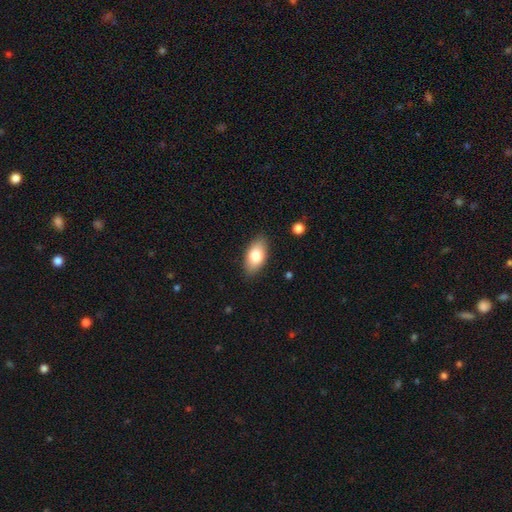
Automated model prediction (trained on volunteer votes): Overall: smooth (79%). How rounded: in between (92%). Merging: none (86%).